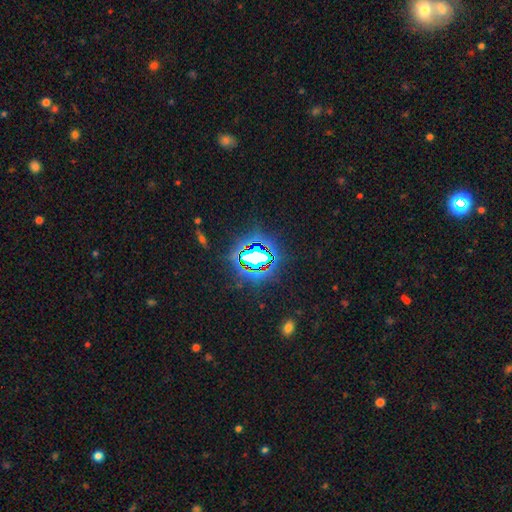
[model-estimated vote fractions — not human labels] Smooth or featured: star or artifact — 75% (smooth — 13%)